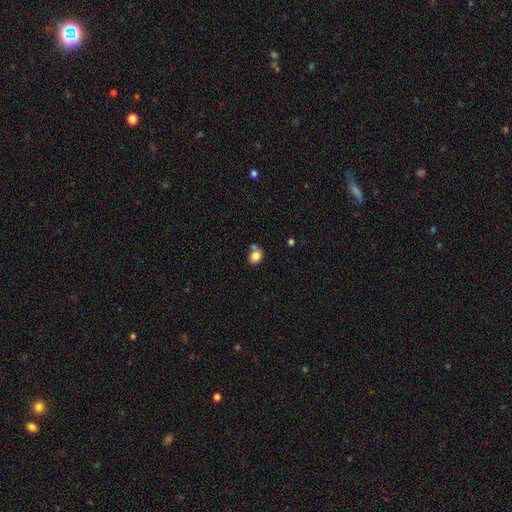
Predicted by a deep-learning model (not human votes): The model was most divided on "how rounded": in between: 57%, round: 42%, cigar-shaped: 1%. More confident: smooth or featured — smooth (82%); merging — none (51%).